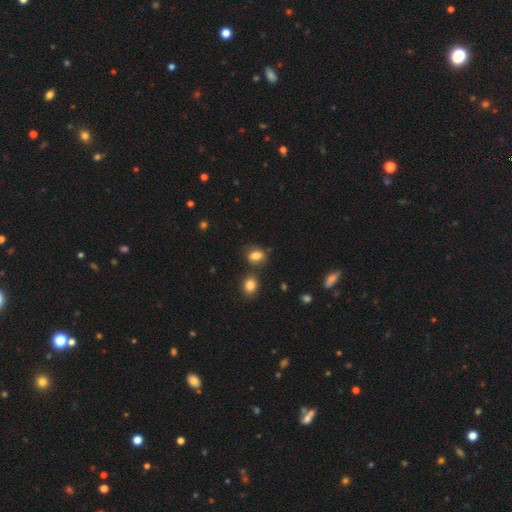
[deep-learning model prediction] Smooth or featured: smooth — 80% (star or artifact — 11%)
How rounded: in between — 74% (round — 23%)
Merging: none — 65% (minor disturbance — 16%)